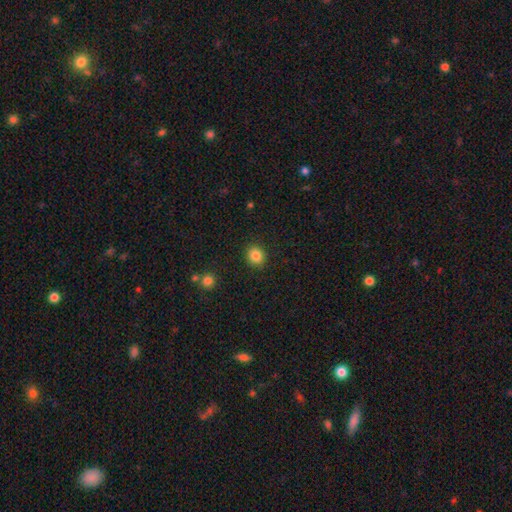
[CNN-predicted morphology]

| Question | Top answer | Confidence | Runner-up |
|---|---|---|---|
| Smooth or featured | smooth | 84% | star or artifact (10%) |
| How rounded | round | 80% | in between (19%) |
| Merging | none | 90% | minor disturbance (6%) |